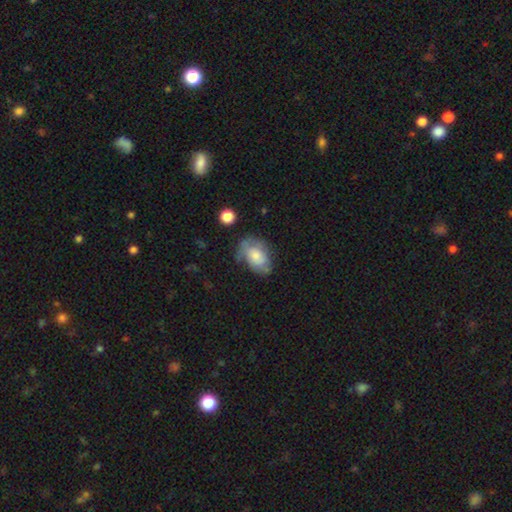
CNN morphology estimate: Q: Smooth or featured?
A: smooth (55%); runner-up: featured or disk (37%)
Q: How rounded?
A: in between (85%); runner-up: round (14%)
Q: Merging?
A: none (54%); runner-up: minor disturbance (30%)